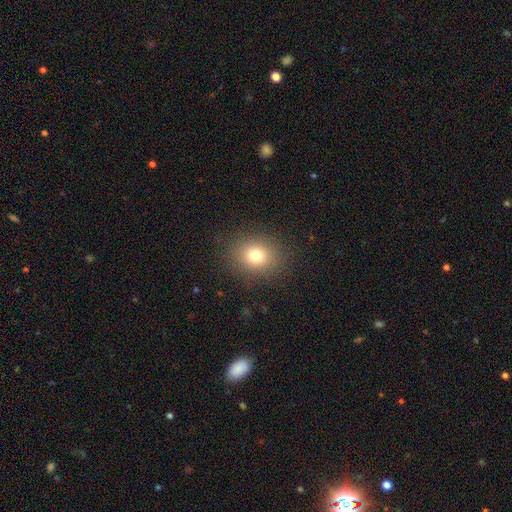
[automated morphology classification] smooth-or-featured: smooth: 76% | star or artifact: 14% | featured or disk: 10%
  how-rounded: round: 62% | in between: 37% | cigar-shaped: 1%
  merging: none: 87% | minor disturbance: 8% | major disturbance: 4% | merger: 1%